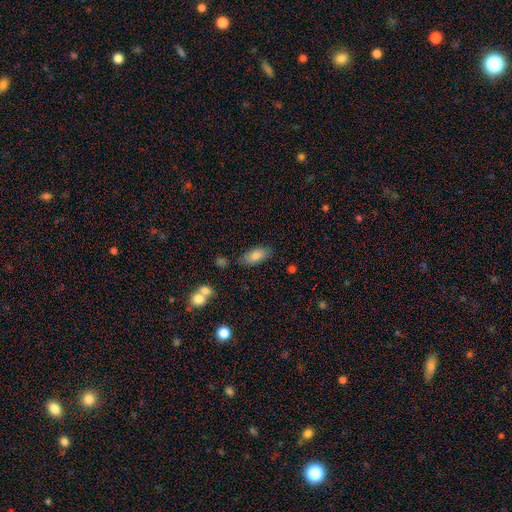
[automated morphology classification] Smooth or featured?
  - smooth: 80% *
  - featured or disk: 12%
  - star or artifact: 7%
How rounded?
  - in between: 90% *
  - cigar-shaped: 8%
  - round: 3%
Merging?
  - none: 80% *
  - minor disturbance: 14%
  - merger: 3%
  - major disturbance: 3%